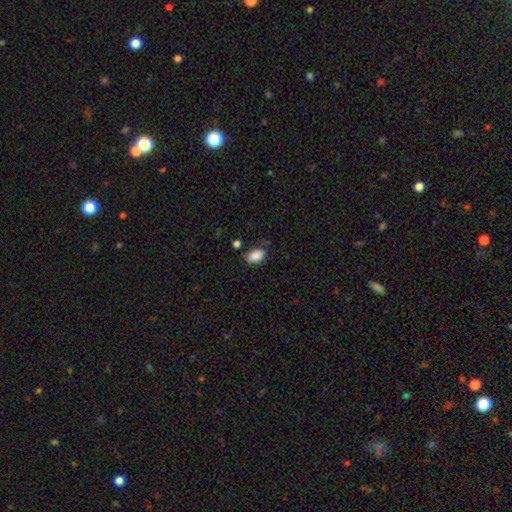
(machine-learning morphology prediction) A smooth galaxy with no disk features (86%) that is in between round and cigar-shaped (87%).

Vote fractions:
- Smooth or featured? smooth: 86% / star or artifact: 8% / featured or disk: 6%
- How rounded? in between: 87% / round: 12% / cigar-shaped: 1%
- Merging? none: 65% / minor disturbance: 24% / major disturbance: 6% / merger: 4%